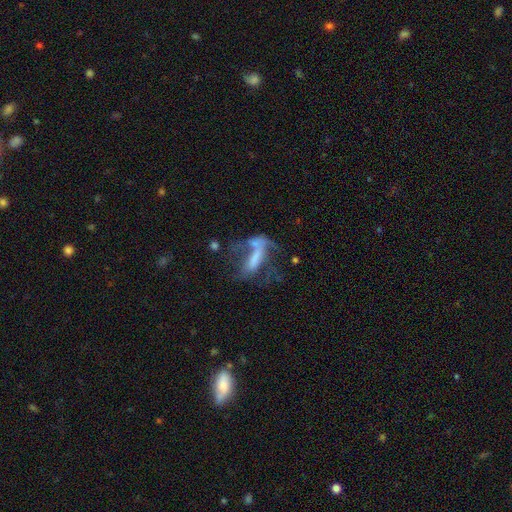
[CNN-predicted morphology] type=featured or disk (53%); edge-on=no (85%); merging=major disturbance (43%).